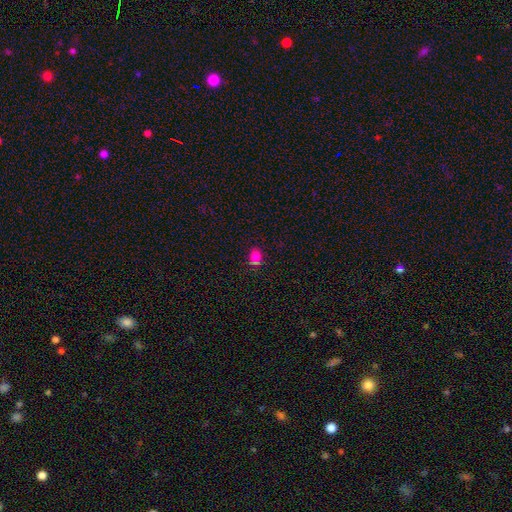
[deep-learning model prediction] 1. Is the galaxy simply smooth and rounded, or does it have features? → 67% smooth, 25% star or artifact, 8% featured or disk.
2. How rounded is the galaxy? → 50% round, 49% in between, 2% cigar-shaped.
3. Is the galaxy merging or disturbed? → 67% none, 16% merger, 13% minor disturbance, 4% major disturbance.